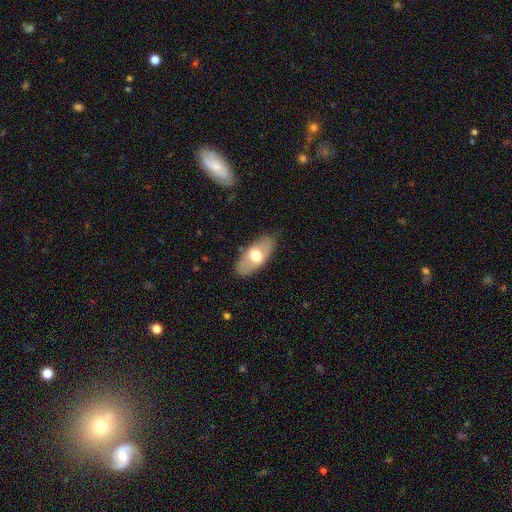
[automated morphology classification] smooth_or_featured: smooth (p=0.59) [alt: featured or disk p=0.35]
how_rounded: in between (p=0.88) [alt: cigar-shaped p=0.08]
merging: none (p=0.79) [alt: minor disturbance p=0.15]